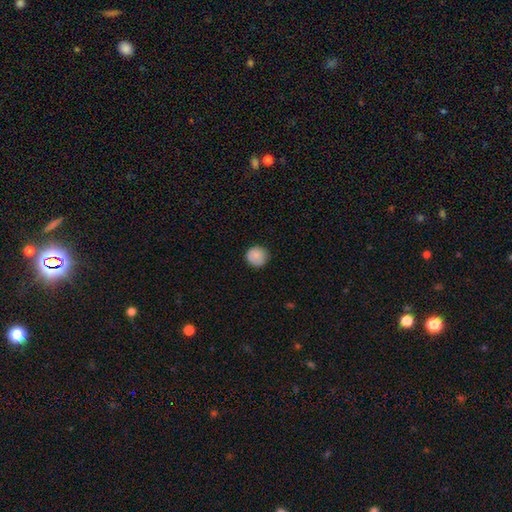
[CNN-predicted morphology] This appears to be a smooth galaxy with no disk features (87%) that is round (93%). Merging: none (87%).